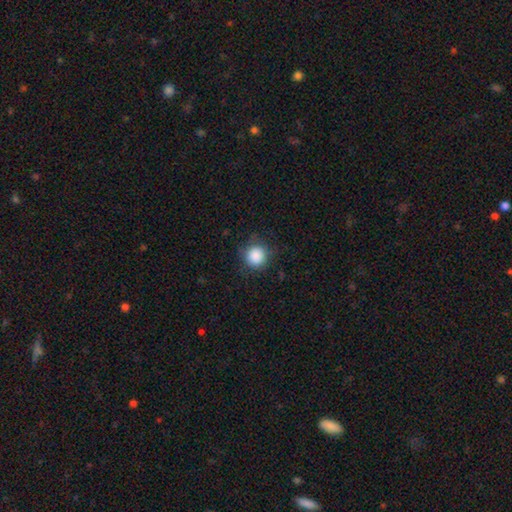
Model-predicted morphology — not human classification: smooth_or_featured: smooth (p=0.87) [alt: star or artifact p=0.09]
how_rounded: round (p=0.93) [alt: in between p=0.06]
merging: none (p=0.83) [alt: minor disturbance p=0.12]